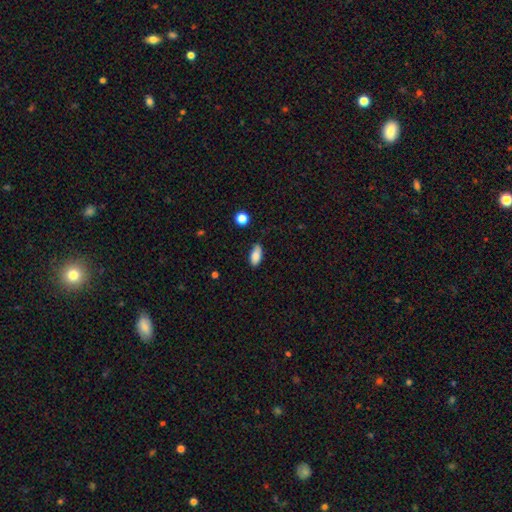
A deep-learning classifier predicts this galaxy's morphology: The model was most divided on "merging": none: 71%, minor disturbance: 23%, major disturbance: 4%, merger: 2%. More confident: how rounded — in between (89%); smooth or featured — smooth (86%).